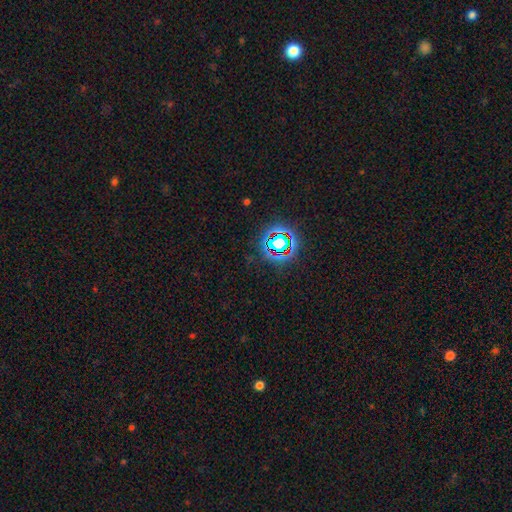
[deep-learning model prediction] Overall: star or artifact (77%).